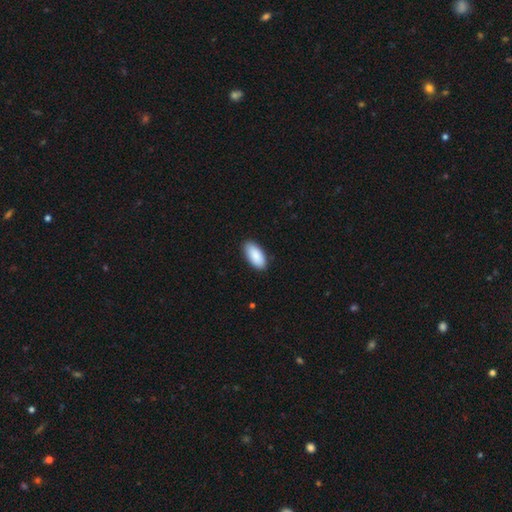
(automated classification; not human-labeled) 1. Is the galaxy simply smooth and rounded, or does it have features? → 90% smooth, 6% star or artifact, 4% featured or disk.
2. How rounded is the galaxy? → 92% in between, 6% cigar-shaped, 2% round.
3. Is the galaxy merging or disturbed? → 89% none, 9% minor disturbance, 2% major disturbance, 1% merger.